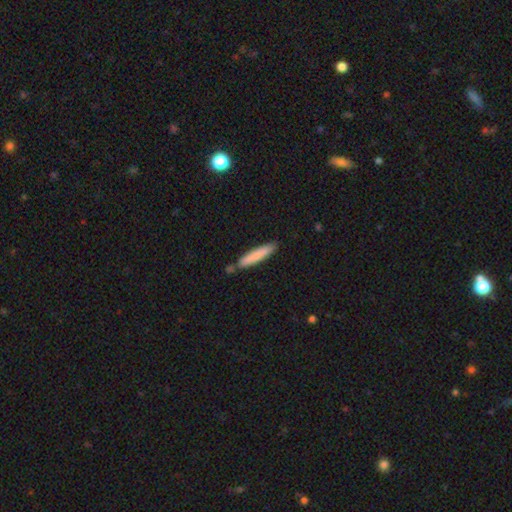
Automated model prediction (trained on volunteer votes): Smooth or featured? Predicted: smooth (p=0.79). How rounded? Predicted: cigar-shaped (p=0.92). Merging? Predicted: none (p=0.76).